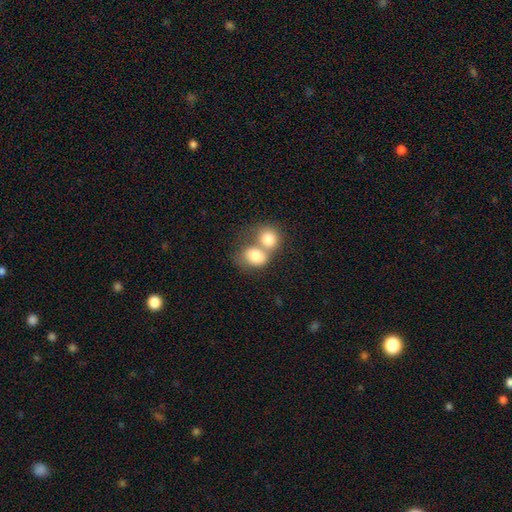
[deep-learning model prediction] Smooth or featured: smooth — 80% (featured or disk — 13%)
How rounded: in between — 54% (round — 45%)
Merging: merger — 66% (none — 22%)